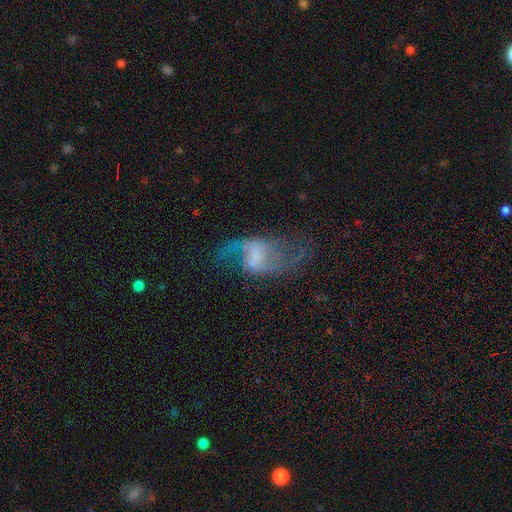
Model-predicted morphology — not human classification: Overall: featured or disk (75%). Edge-on disk: no (96%). Bar: weak (42%; no 41%). Spiral arms: yes (83%). Spiral arm count: 2 (86%). Spiral winding: loose (76%). Bulge size: none (46%; small 24%). Merging: none (45%; major disturbance 32%).